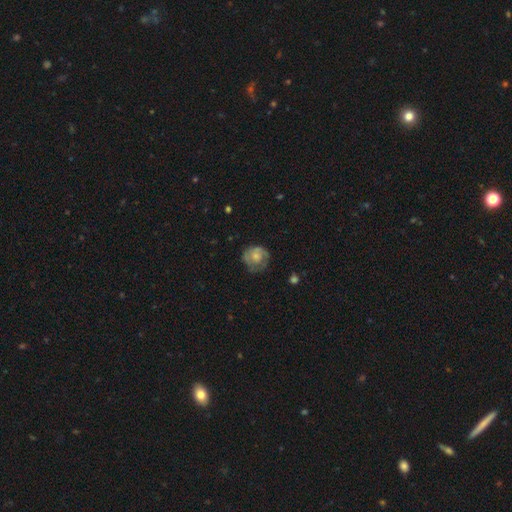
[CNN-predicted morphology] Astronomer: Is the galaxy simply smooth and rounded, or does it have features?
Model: smooth — 47% (runner-up: featured or disk, 46%).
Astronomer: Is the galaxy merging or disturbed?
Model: none — 62%.